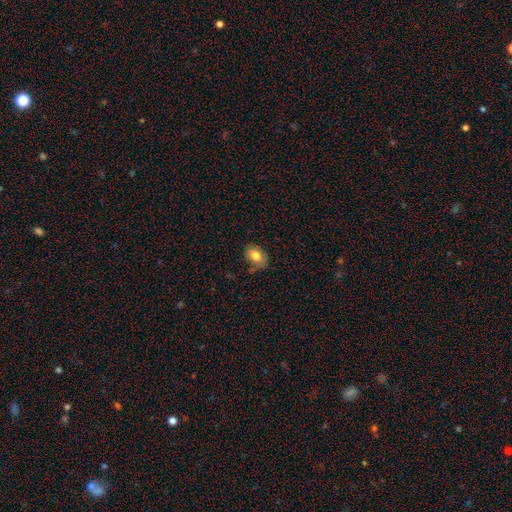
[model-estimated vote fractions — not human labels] Smooth or featured? Predicted: smooth (p=0.77). How rounded? Predicted: in between (p=0.82). Merging? Predicted: none (p=0.70).